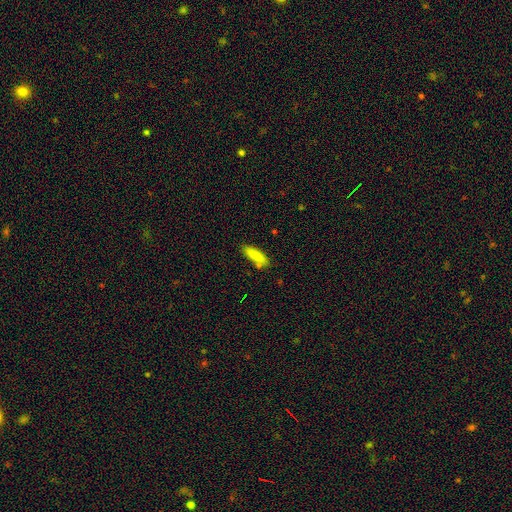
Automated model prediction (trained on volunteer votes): A smooth galaxy with no disk features (86%) that is cigar-shaped (53%). Merging: none (79%).